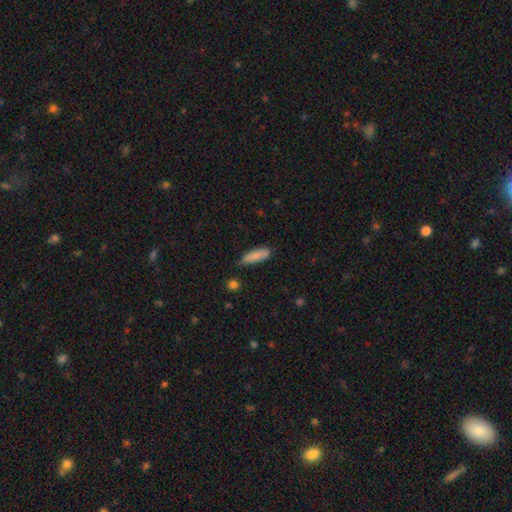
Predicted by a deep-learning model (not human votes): The model was most divided on "how rounded": cigar-shaped: 54%, in between: 44%, round: 2%. More confident: smooth or featured — smooth (84%); merging — none (63%).